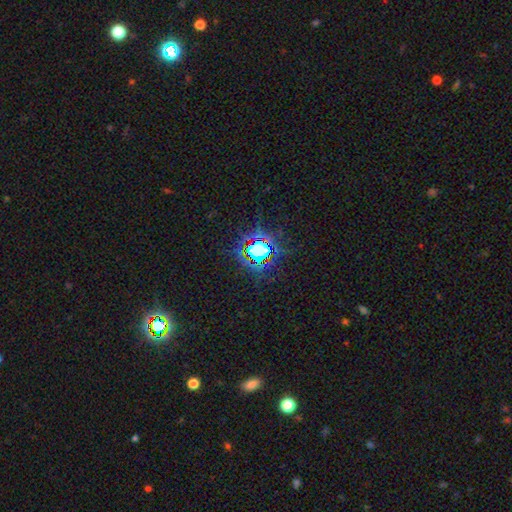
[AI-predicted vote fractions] This appears to be a star or artifact, not a galaxy (78%).